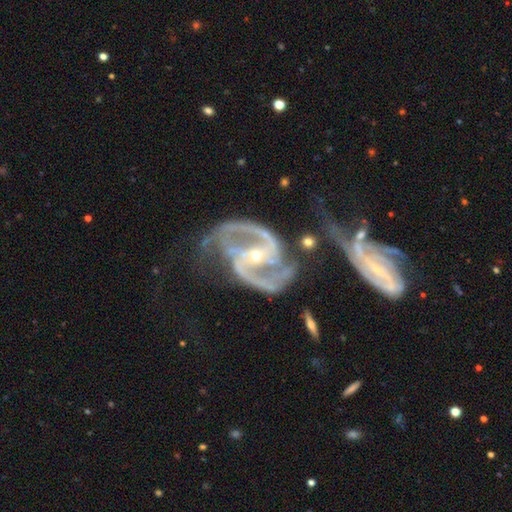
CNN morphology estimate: The model was most divided on "merging": none: 40%, minor disturbance: 21%, merger: 21%, major disturbance: 18%. More confident: spiral arms — yes (98%); edge-on disk — no (98%); smooth or featured — featured or disk (93%); spiral arm count — 2 (90%); bulge size — small (70%); spiral winding — medium (60%); bar — strong (53%).